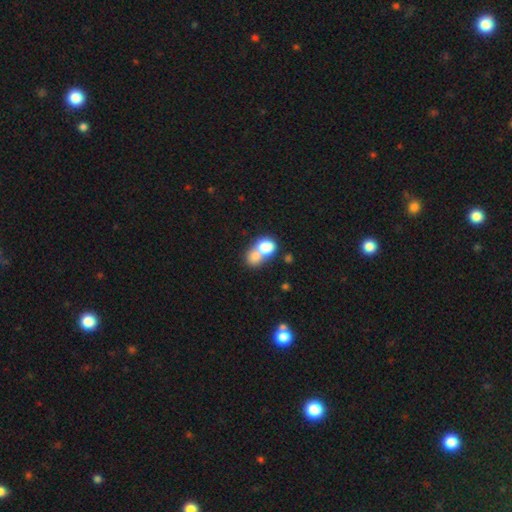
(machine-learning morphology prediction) A smooth galaxy with no disk features (75%) that is round (51%). Merging: merger (71%).